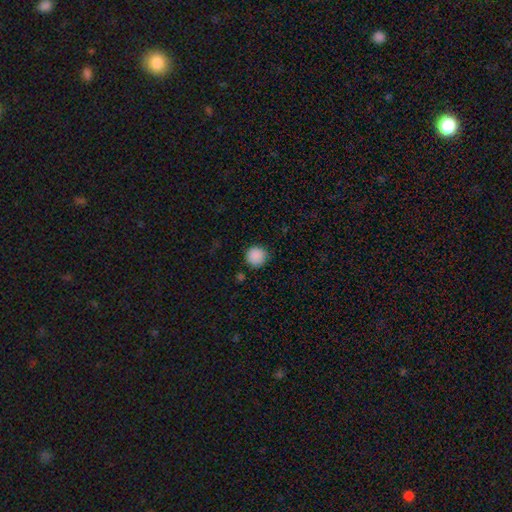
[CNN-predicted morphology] A smooth galaxy with no disk features (88%) that is round (95%). Merging: none (86%).